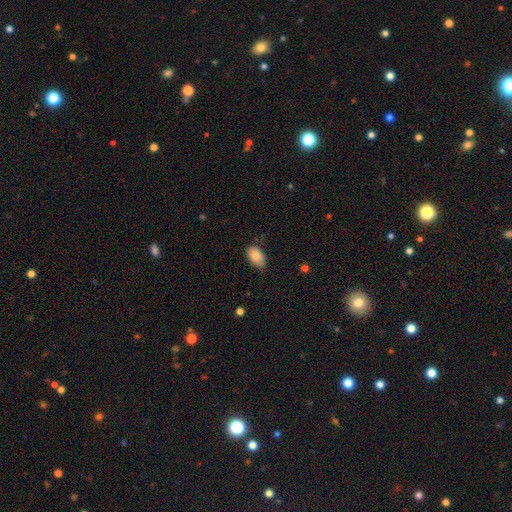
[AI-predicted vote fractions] smooth-or-featured: smooth: 85% | featured or disk: 8% | star or artifact: 7%
  how-rounded: in between: 93% | round: 6% | cigar-shaped: 1%
  merging: none: 69% | minor disturbance: 26% | major disturbance: 4% | merger: 1%